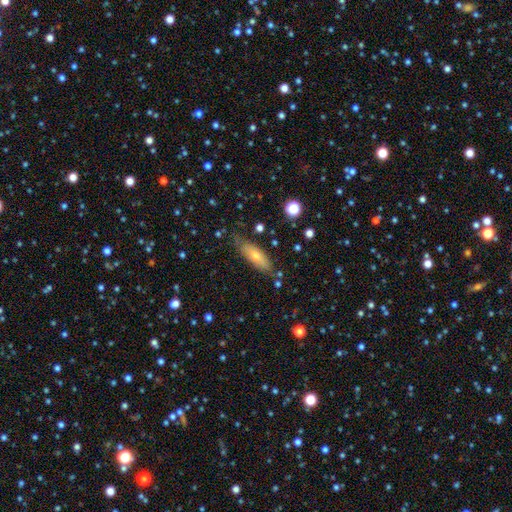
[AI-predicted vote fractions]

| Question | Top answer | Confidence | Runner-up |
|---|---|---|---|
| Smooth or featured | smooth | 67% | featured or disk (26%) |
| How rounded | in between | 57% | cigar-shaped (41%) |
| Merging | none | 72% | minor disturbance (21%) |